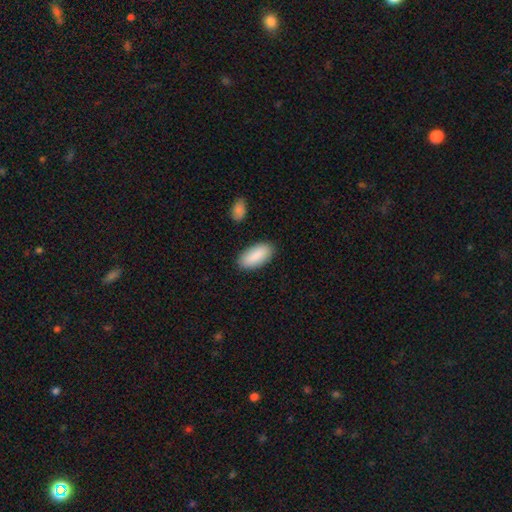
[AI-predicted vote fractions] This is clearly a smooth galaxy (89%). How rounded: clearly in between (90%). Merging: clearly none (86%).